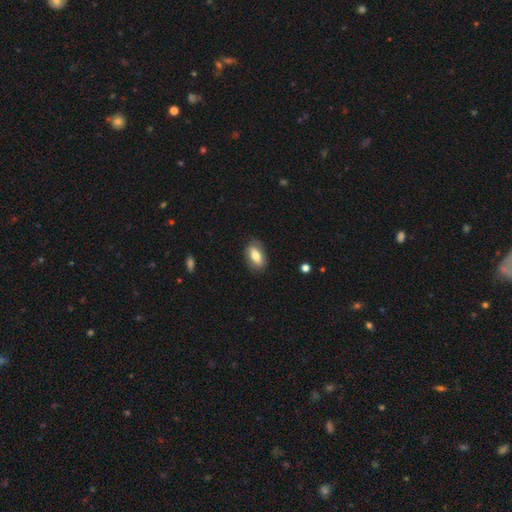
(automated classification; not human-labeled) Morphology: type=smooth (71%); roundness=in between (89%); merging=none (81%).